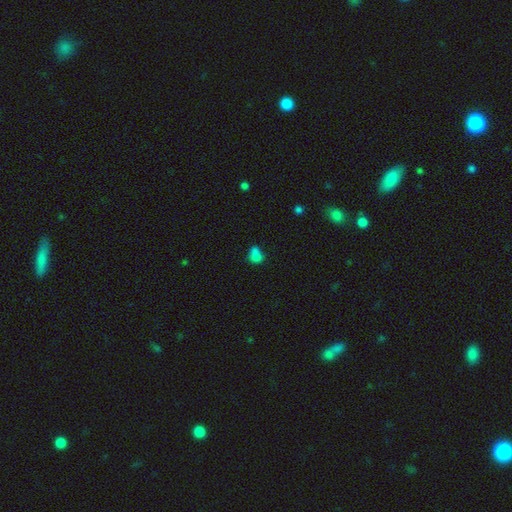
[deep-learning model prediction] This is likely a smooth galaxy (74%). How rounded: possibly round (49%, tied with in between). Merging: possibly merger (47%).